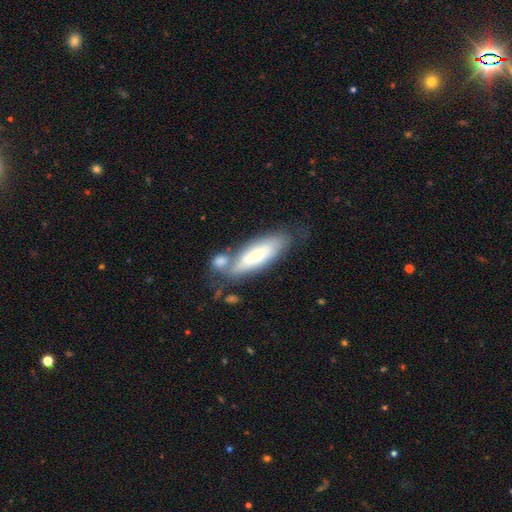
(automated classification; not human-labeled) The model was most divided on "how rounded": in between: 54%, cigar-shaped: 44%, round: 2%. Remaining: smooth or featured — smooth (61%); merging — none (43%).